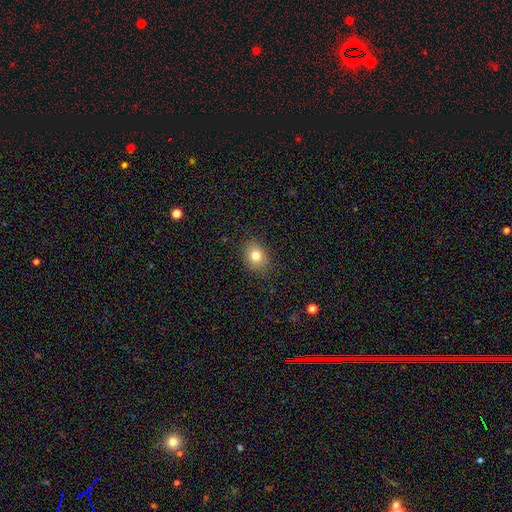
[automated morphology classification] smooth-or-featured: smooth: 81% | star or artifact: 11% | featured or disk: 9%
  how-rounded: round: 50% | in between: 49% | cigar-shaped: 1%
  merging: none: 85% | minor disturbance: 11% | major disturbance: 3% | merger: 1%